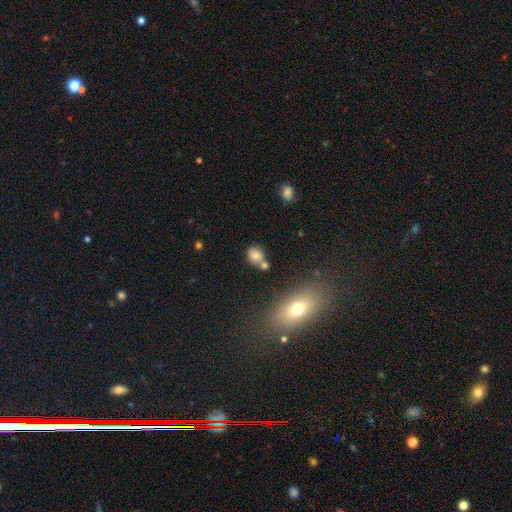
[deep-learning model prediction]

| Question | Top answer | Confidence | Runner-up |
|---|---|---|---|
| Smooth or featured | smooth | 77% | star or artifact (13%) |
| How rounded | round | 59% | in between (39%) |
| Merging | none | 56% | merger (26%) |